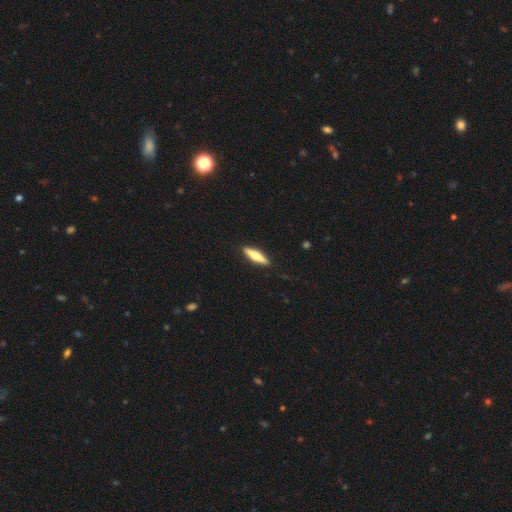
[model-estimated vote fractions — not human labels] This appears to be a smooth galaxy with no disk features (57%) that is cigar-shaped (75%). Merging: none (90%).